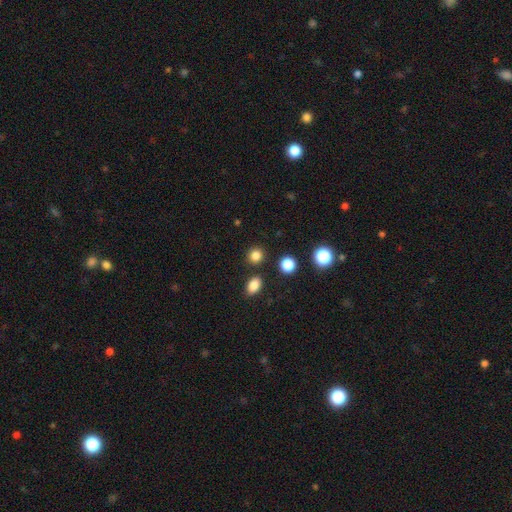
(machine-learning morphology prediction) A smooth galaxy with no disk features (83%) that is round (83%).

Vote fractions:
- Smooth or featured? smooth: 83% / star or artifact: 13% / featured or disk: 4%
- How rounded? round: 83% / in between: 16% / cigar-shaped: 1%
- Merging? none: 86% / minor disturbance: 7% / merger: 5% / major disturbance: 2%